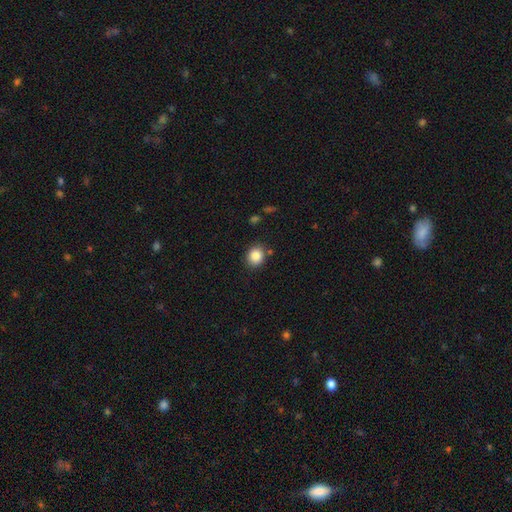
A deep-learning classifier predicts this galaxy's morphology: type=smooth (86%); roundness=round (74%); merging=none (84%).